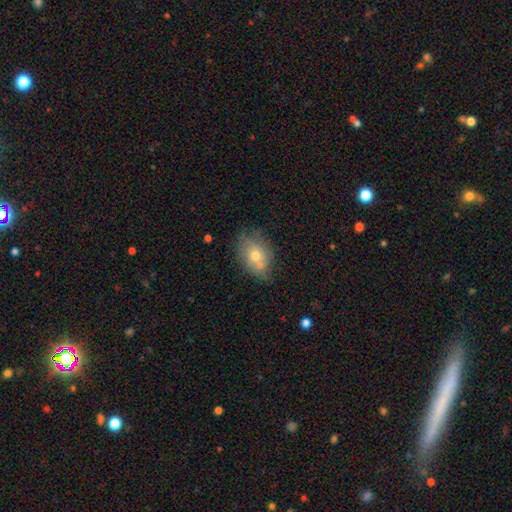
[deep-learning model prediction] This is likely a smooth galaxy (64%). How rounded: likely in between (76%). Merging: possibly none (57%).